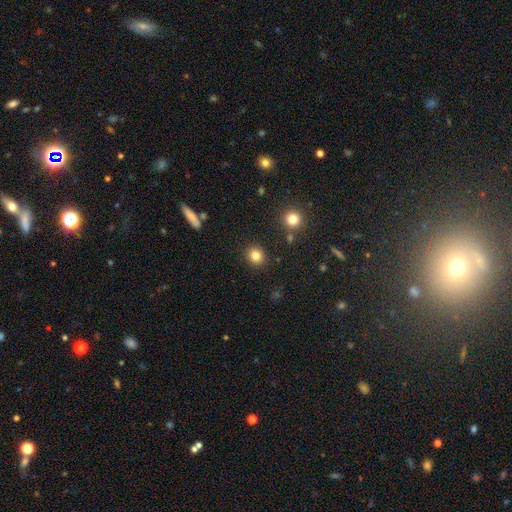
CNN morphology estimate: Smooth or featured?
  - smooth: 82% *
  - star or artifact: 12%
  - featured or disk: 6%
How rounded?
  - round: 84% *
  - in between: 15%
  - cigar-shaped: 1%
Merging?
  - none: 90% *
  - minor disturbance: 6%
  - major disturbance: 2%
  - merger: 2%